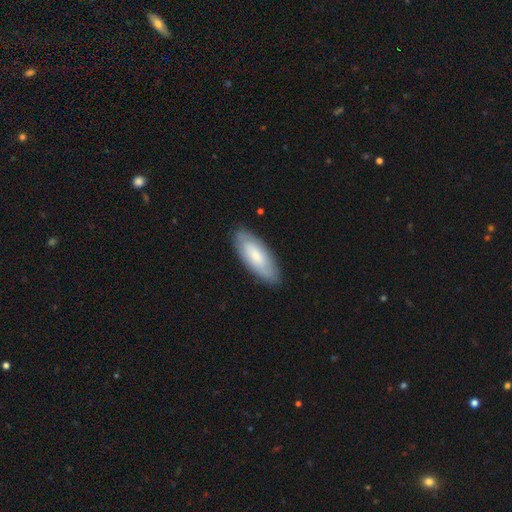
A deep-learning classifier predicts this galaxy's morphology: This appears to be a smooth galaxy with no disk features (69%) that is in between round and cigar-shaped (74%). Merging: none (85%).